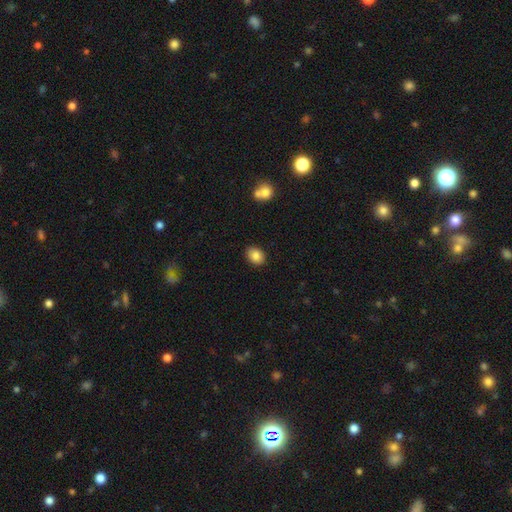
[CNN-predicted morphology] This is clearly a smooth galaxy (85%). How rounded: possibly in between (59%). Merging: clearly none (88%).